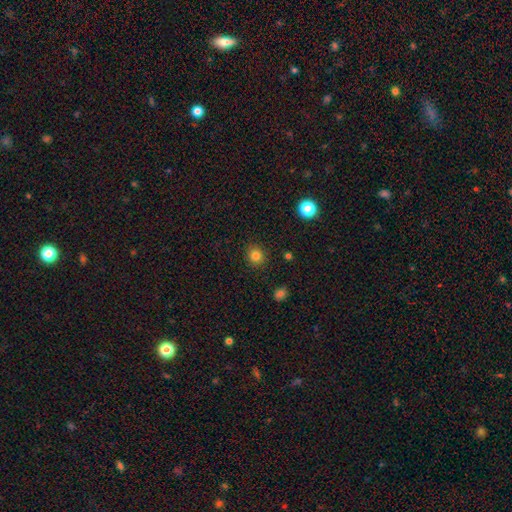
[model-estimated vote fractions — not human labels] Morphology: type=smooth (82%); roundness=round (82%); merging=none (90%).